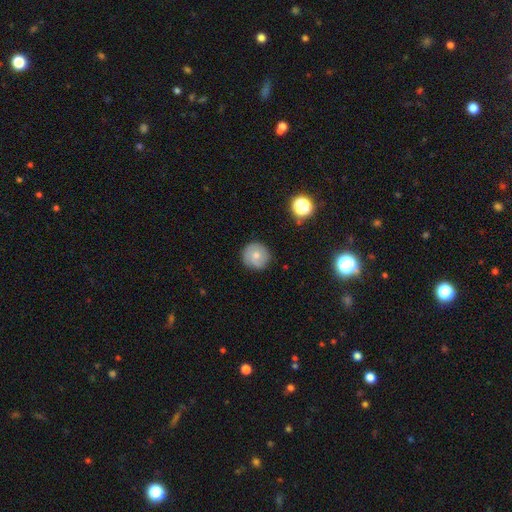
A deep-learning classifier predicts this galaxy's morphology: Q: Smooth or featured?
A: smooth (58%); runner-up: featured or disk (32%)
Q: How rounded?
A: round (94%); runner-up: in between (5%)
Q: Merging?
A: none (82%); runner-up: minor disturbance (13%)